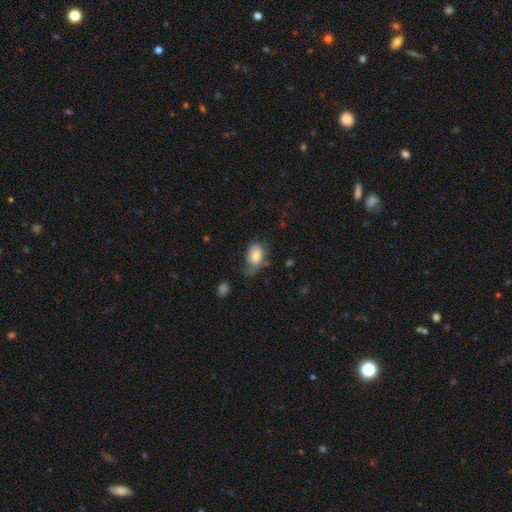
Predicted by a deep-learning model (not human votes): Q: Smooth or featured?
A: smooth (79%); runner-up: featured or disk (13%)
Q: How rounded?
A: in between (87%); runner-up: round (11%)
Q: Merging?
A: minor disturbance (38%); runner-up: none (37%)